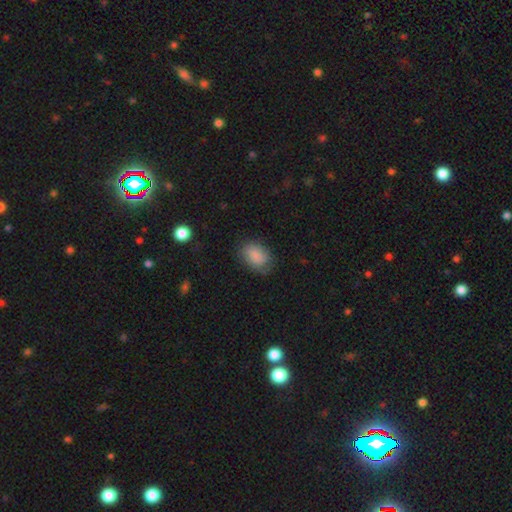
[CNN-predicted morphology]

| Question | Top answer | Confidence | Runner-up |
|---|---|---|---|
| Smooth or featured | smooth | 82% | featured or disk (10%) |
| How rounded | in between | 78% | round (21%) |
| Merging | none | 70% | minor disturbance (22%) |